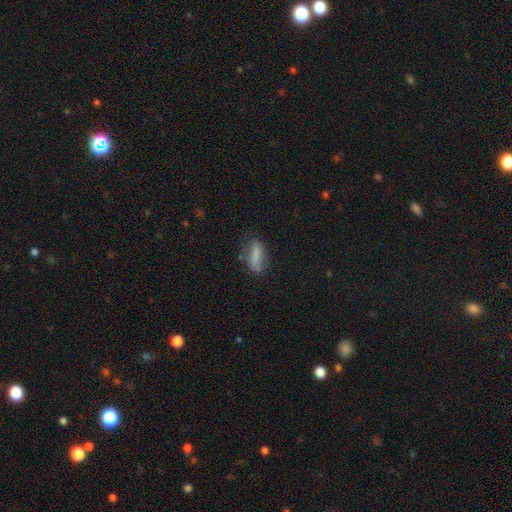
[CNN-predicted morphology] The model was most divided on "merging": none: 65%, minor disturbance: 24%, major disturbance: 8%, merger: 3%. More confident: smooth or featured — smooth (78%); how rounded — in between (69%).